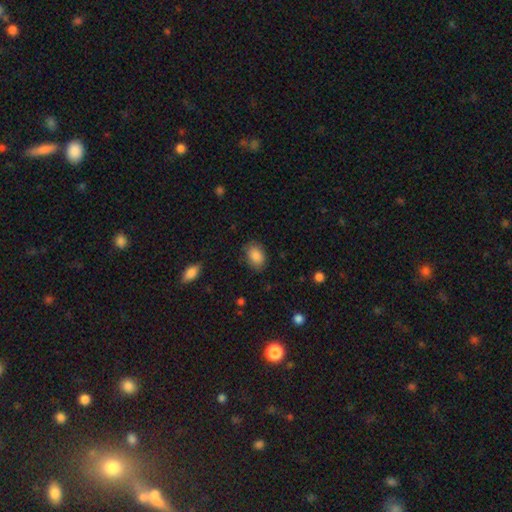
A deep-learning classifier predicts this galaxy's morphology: Q: Smooth or featured?
A: smooth (87%); runner-up: star or artifact (8%)
Q: How rounded?
A: in between (81%); runner-up: round (18%)
Q: Merging?
A: none (81%); runner-up: minor disturbance (14%)